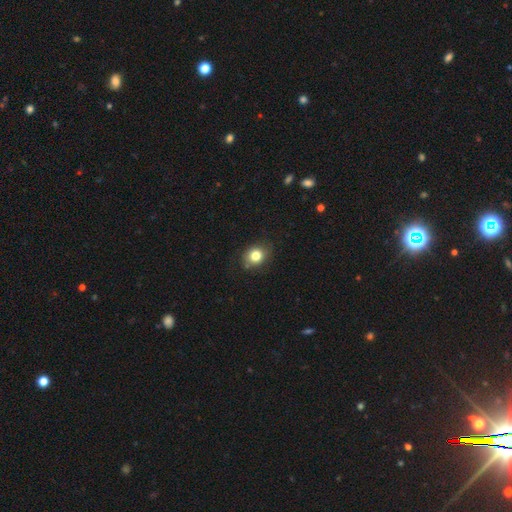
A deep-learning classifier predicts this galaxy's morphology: Overall: smooth (81%). How rounded: round (65%; in between 34%). Merging: none (80%).